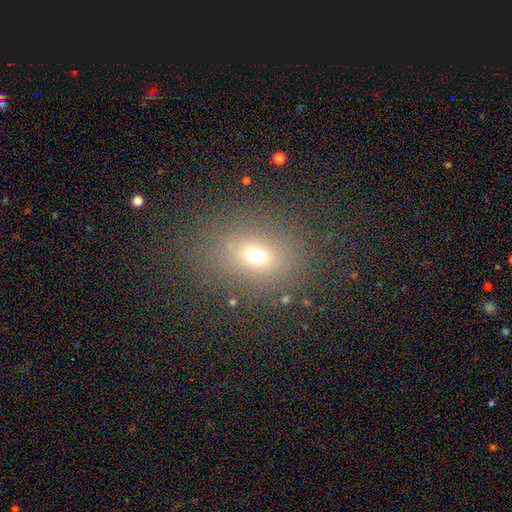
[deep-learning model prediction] A smooth galaxy with no disk features (65%) that is in between round and cigar-shaped (54%).

Vote fractions:
- Smooth or featured? smooth: 65% / star or artifact: 22% / featured or disk: 13%
- How rounded? in between: 54% / round: 44% / cigar-shaped: 2%
- Merging? none: 78% / minor disturbance: 12% / major disturbance: 8% / merger: 3%